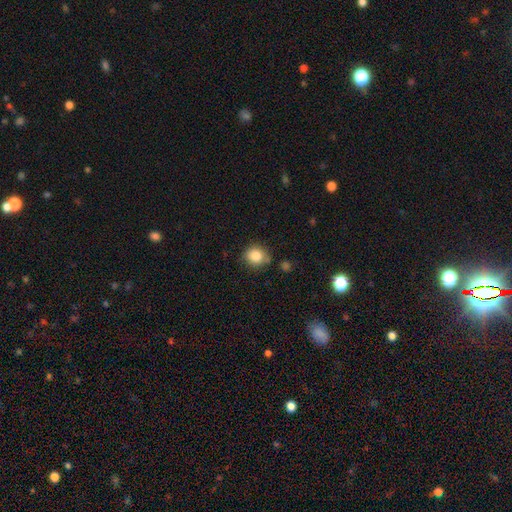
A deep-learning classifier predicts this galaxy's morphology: Smooth or featured? Predicted: smooth (p=0.85). How rounded? Predicted: round (p=0.82). Merging? Predicted: none (p=0.76).